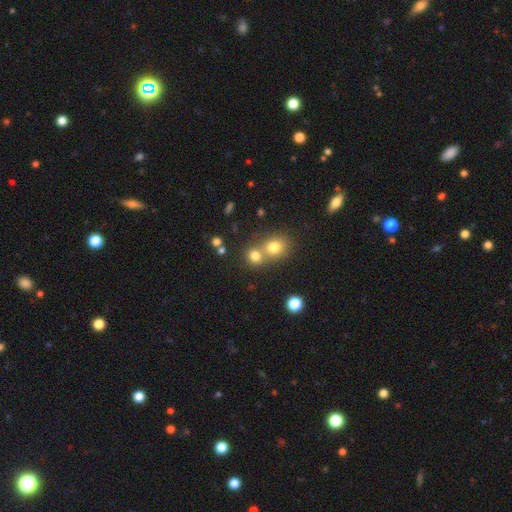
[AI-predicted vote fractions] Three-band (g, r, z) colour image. It shows a smooth galaxy with no disk features (76%) that is round (77%). Merging: merger (47%).